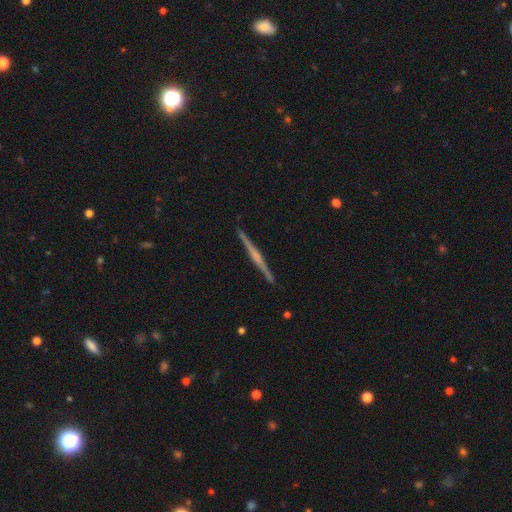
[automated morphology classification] Smooth or featured?
  - featured or disk: 76% *
  - smooth: 19%
  - star or artifact: 5%
Edge-on disk?
  - yes: 99% *
  - no: 1%
Edge-on bulge?
  - rounded: 44% *
  - none: 38%
  - boxy: 18%
Merging?
  - none: 92% *
  - minor disturbance: 5%
  - major disturbance: 1%
  - merger: 1%